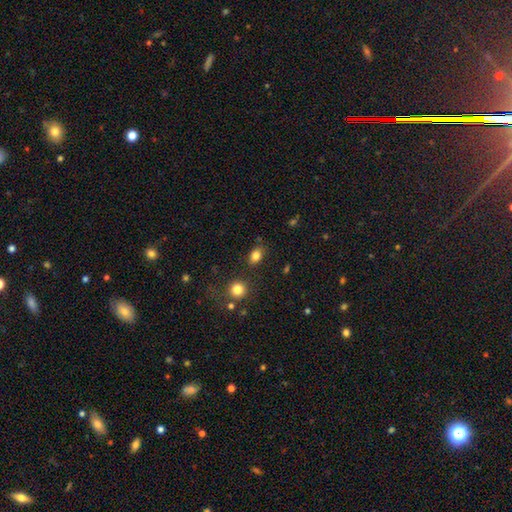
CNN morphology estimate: Smooth or featured? smooth (83%)
How rounded? in between (73%)
Merging? none (80%)